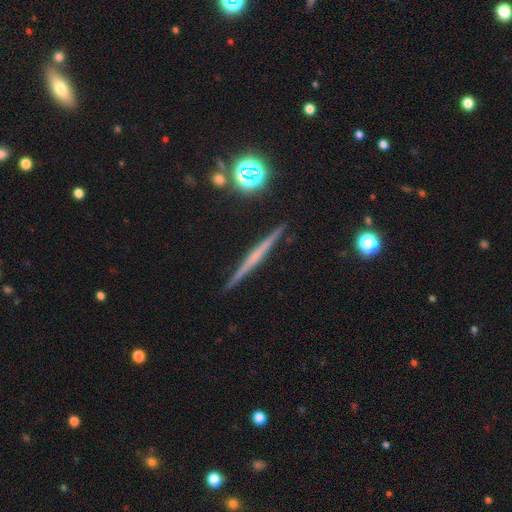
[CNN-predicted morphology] A featured or disk galaxy (67%) viewed edge-on (98%) with no central bulge (64%).

Vote fractions:
- Smooth or featured? featured or disk: 67% / smooth: 24% / star or artifact: 9%
- Edge-on disk? yes: 98% / no: 2%
- Edge-on bulge? none: 64% / rounded: 28% / boxy: 8%
- Merging? none: 92% / minor disturbance: 6% / merger: 1% / major disturbance: 1%